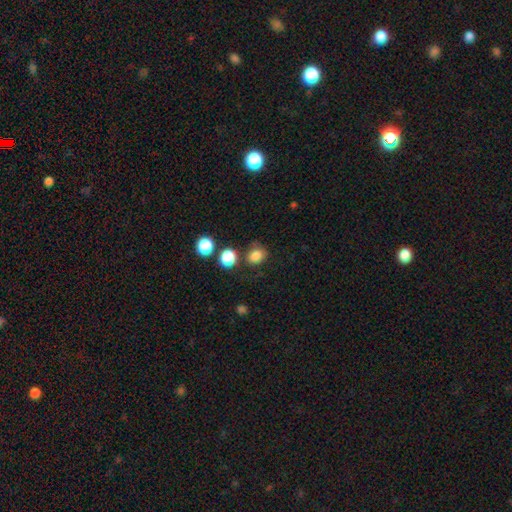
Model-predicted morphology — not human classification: This appears to be a smooth galaxy with no disk features (83%) that is round (65%). Merging: none (70%).